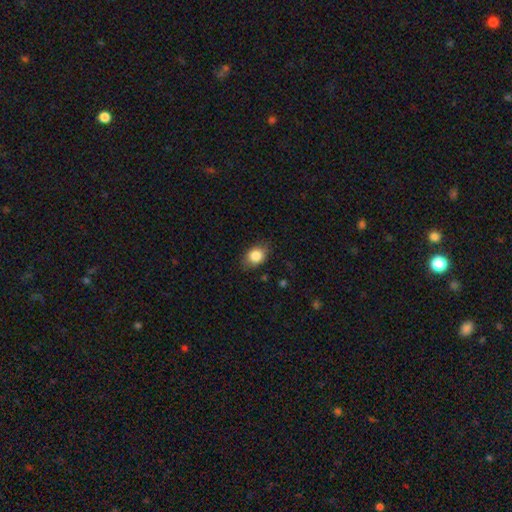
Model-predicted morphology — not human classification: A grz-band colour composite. It shows a smooth galaxy with no disk features (85%) that is in between round and cigar-shaped (61%). Merging: none (79%).